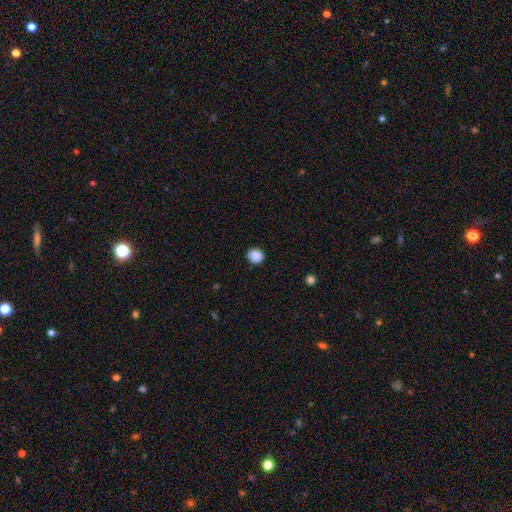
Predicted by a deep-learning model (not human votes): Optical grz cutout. It shows a smooth galaxy with no disk features (88%) that is round (81%). Merging: none (87%).